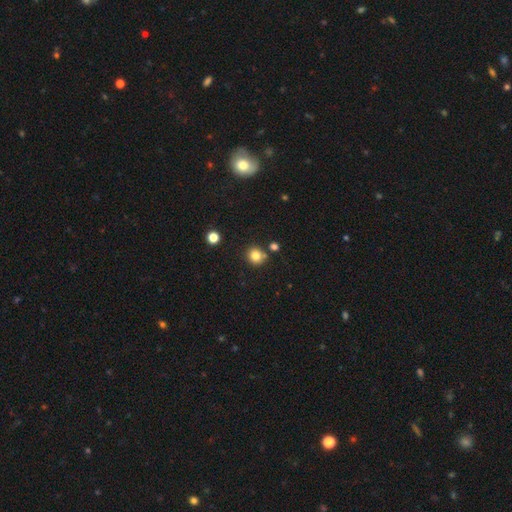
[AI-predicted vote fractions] A smooth galaxy with no disk features (81%) that is round (91%).

Vote fractions:
- Smooth or featured? smooth: 81% / star or artifact: 13% / featured or disk: 7%
- How rounded? round: 91% / in between: 8% / cigar-shaped: 1%
- Merging? none: 78% / merger: 11% / minor disturbance: 9% / major disturbance: 3%